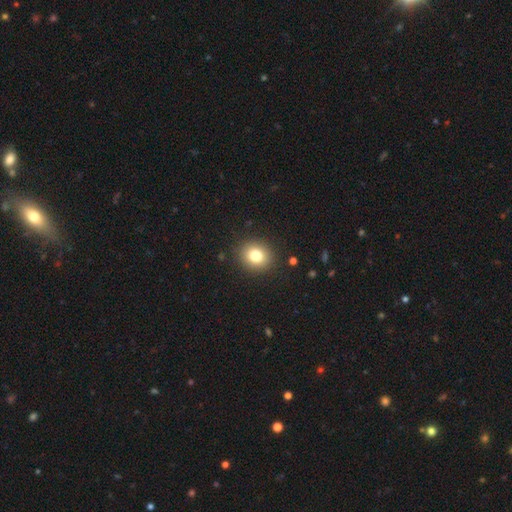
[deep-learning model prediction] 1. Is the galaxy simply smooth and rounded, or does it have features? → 80% smooth, 11% star or artifact, 9% featured or disk.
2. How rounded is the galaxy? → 74% round, 25% in between, 1% cigar-shaped.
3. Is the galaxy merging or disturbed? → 90% none, 7% minor disturbance, 2% major disturbance, 1% merger.